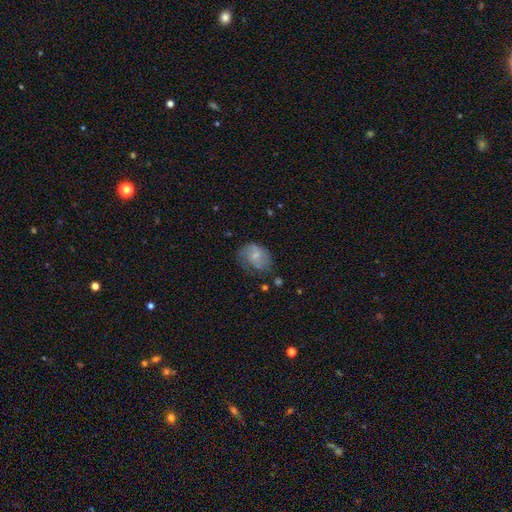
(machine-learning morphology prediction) Smooth or featured?
  - smooth: 57% *
  - featured or disk: 35%
  - star or artifact: 8%
How rounded?
  - in between: 69% *
  - round: 30%
  - cigar-shaped: 1%
Merging?
  - none: 49% *
  - minor disturbance: 31%
  - major disturbance: 17%
  - merger: 3%